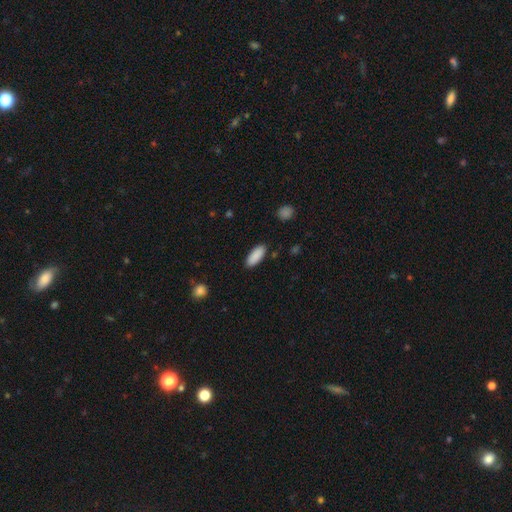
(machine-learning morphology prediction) This appears to be a smooth galaxy with no disk features (90%) that is in between round and cigar-shaped (81%). Merging: none (88%).